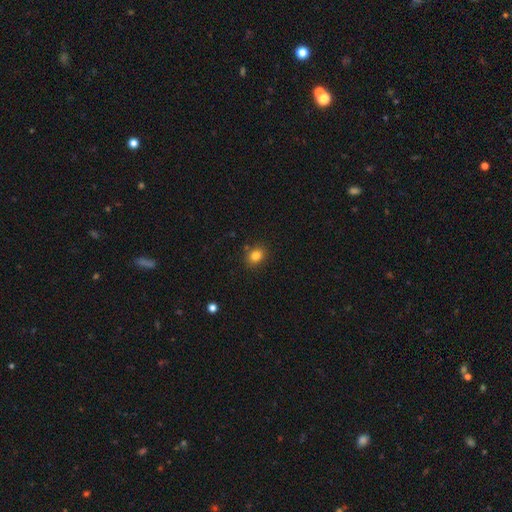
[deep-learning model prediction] Q: Smooth or featured?
A: smooth (82%); runner-up: star or artifact (12%)
Q: How rounded?
A: round (56%); runner-up: in between (43%)
Q: Merging?
A: none (85%); runner-up: minor disturbance (10%)